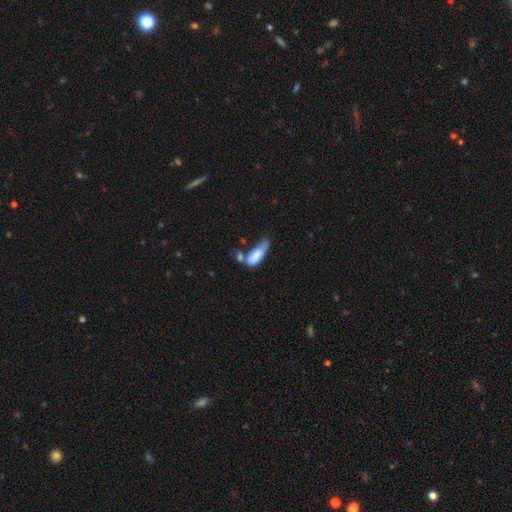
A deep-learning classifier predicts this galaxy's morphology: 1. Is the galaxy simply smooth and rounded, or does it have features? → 73% smooth, 19% featured or disk, 7% star or artifact.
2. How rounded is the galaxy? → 72% in between, 26% cigar-shaped, 3% round.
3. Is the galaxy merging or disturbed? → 31% merger, 26% minor disturbance, 22% none, 21% major disturbance.